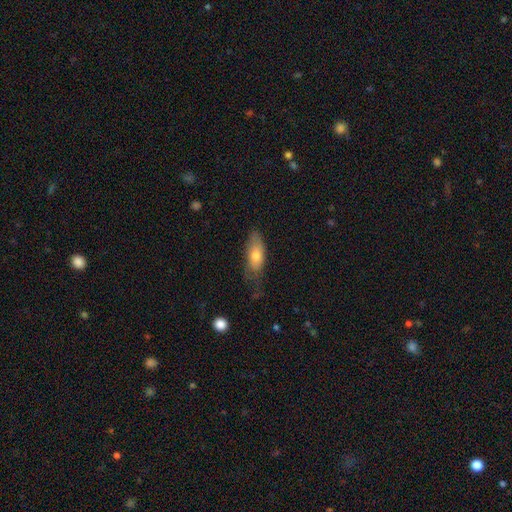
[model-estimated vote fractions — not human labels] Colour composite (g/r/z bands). It shows a smooth galaxy with no disk features (69%) that is in between round and cigar-shaped (74%). Merging: none (49%).